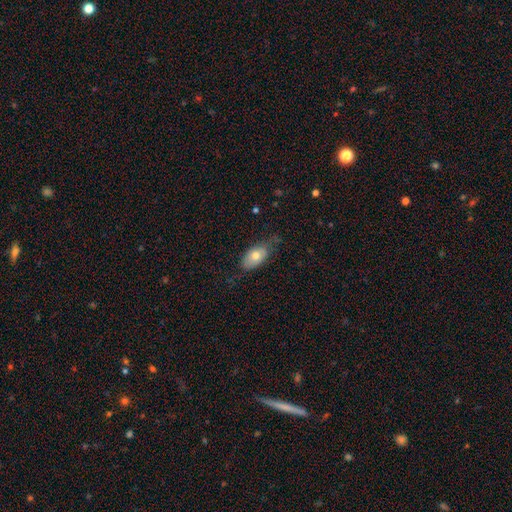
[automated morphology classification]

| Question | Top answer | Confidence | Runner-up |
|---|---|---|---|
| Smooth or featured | smooth | 69% | featured or disk (24%) |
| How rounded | in between | 91% | round (5%) |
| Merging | none | 61% | minor disturbance (29%) |